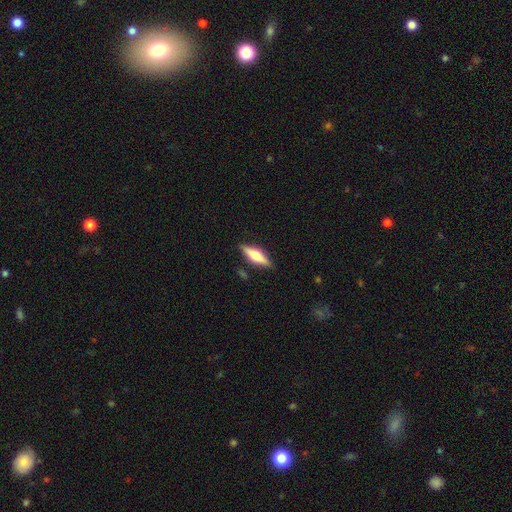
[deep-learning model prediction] smooth_or_featured: featured or disk (p=0.48) [alt: smooth p=0.46]
merging: none (p=0.85) [alt: minor disturbance p=0.11]